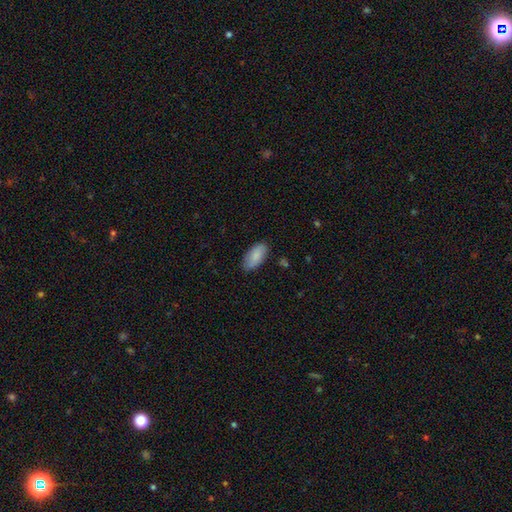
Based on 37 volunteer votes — A smooth galaxy with no disk features (84%) that is in between round and cigar-shaped (97%). Merging: none (79%).